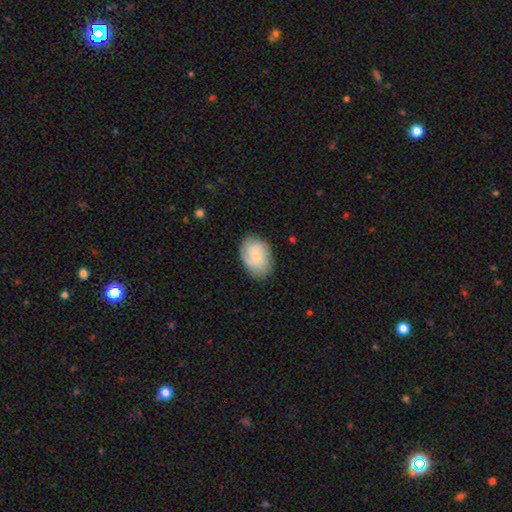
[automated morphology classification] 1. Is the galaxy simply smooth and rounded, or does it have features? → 56% smooth, 37% featured or disk, 7% star or artifact.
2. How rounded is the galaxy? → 74% in between, 25% round, 1% cigar-shaped.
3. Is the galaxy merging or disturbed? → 79% none, 16% minor disturbance, 4% major disturbance, 1% merger.